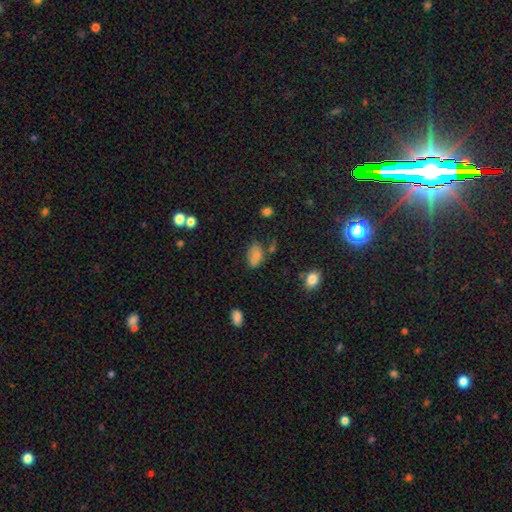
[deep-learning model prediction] Smooth or featured?
  - smooth: 73% *
  - featured or disk: 15%
  - star or artifact: 12%
How rounded?
  - in between: 86% *
  - round: 12%
  - cigar-shaped: 2%
Merging?
  - none: 50% *
  - minor disturbance: 29%
  - major disturbance: 11%
  - merger: 10%